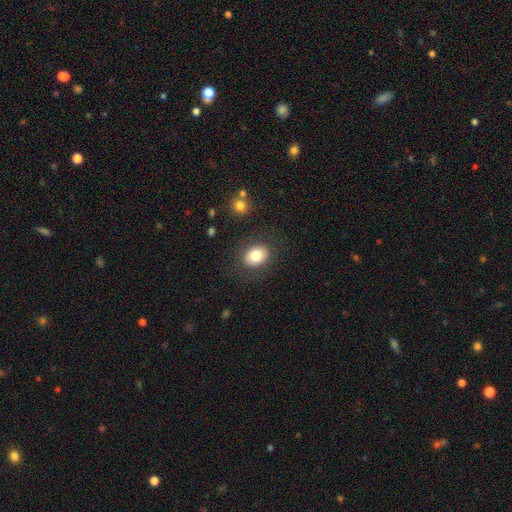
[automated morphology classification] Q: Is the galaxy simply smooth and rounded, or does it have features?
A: smooth — 79%.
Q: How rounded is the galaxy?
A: in between — 57%.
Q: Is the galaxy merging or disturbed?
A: none — 84%.